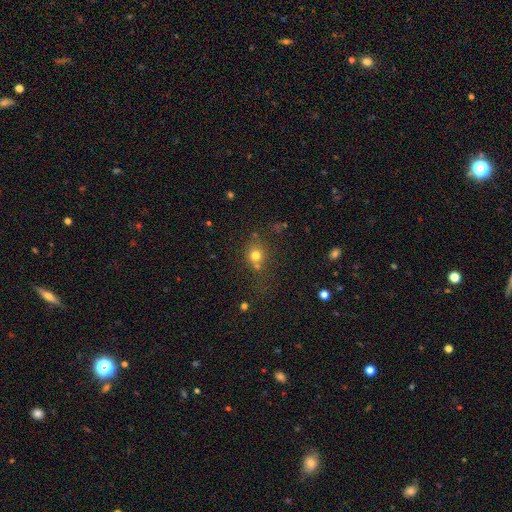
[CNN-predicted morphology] A smooth galaxy with no disk features (73%) that is round (83%). Merging: none (60%).